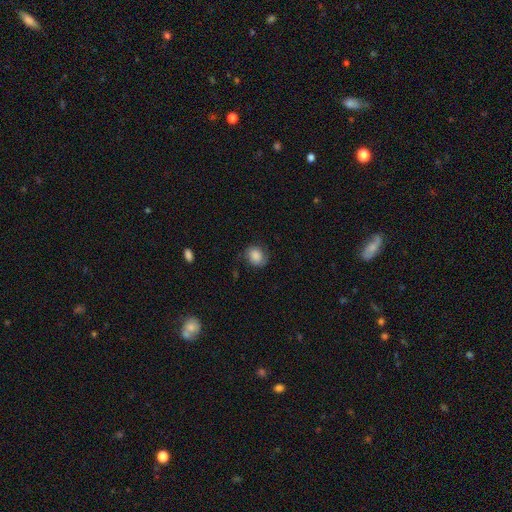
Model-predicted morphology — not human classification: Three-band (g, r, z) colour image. It shows a smooth galaxy with no disk features (71%) that is round (62%). Merging: none (69%).